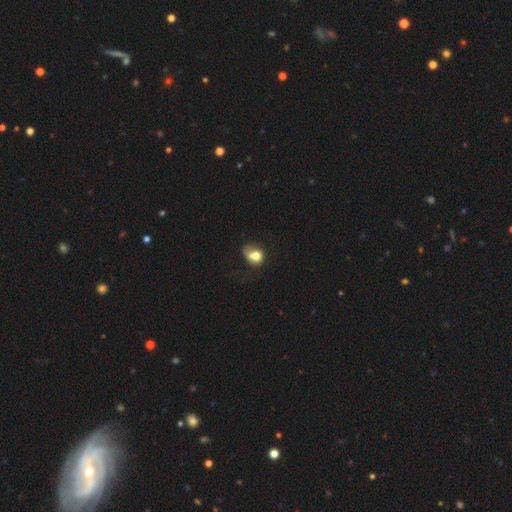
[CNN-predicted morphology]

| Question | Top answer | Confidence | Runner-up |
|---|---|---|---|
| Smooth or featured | smooth | 70% | featured or disk (19%) |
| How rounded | in between | 52% | round (47%) |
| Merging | none | 29% | minor disturbance (25%) |